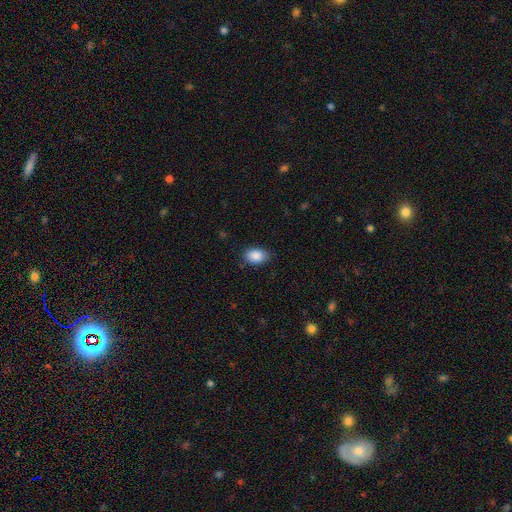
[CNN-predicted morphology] Smooth or featured: smooth — 89% (star or artifact — 7%)
How rounded: in between — 86% (round — 13%)
Merging: none — 83% (minor disturbance — 13%)